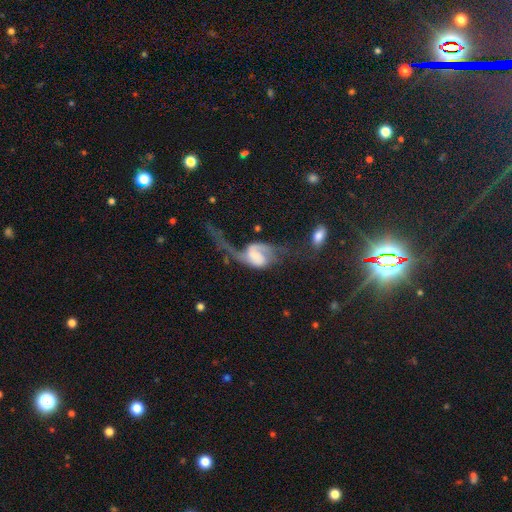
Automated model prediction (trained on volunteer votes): This is likely a featured or disk galaxy (72%). It is clearly not viewed edge-on (97%). Bar: possibly no (51%). Spiral arm pattern: clearly yes (87%). Spiral arm count: likely 2 (75%). Spiral winding: likely loose (70%). Central bulge: marginally none (36%). Merging: possibly major disturbance (52%).